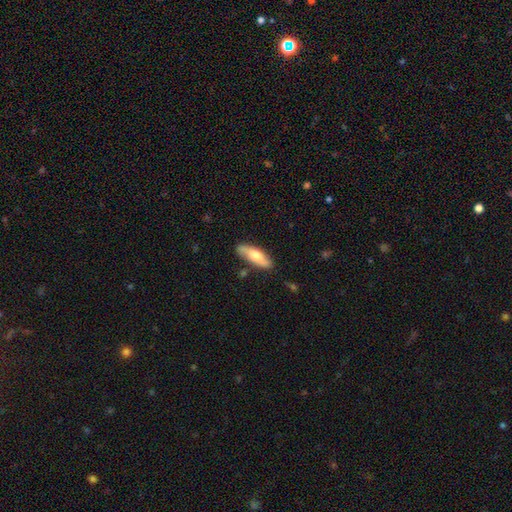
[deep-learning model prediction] Overall: smooth (61%; featured or disk 34%). How rounded: in between (53%; cigar-shaped 45%). Merging: none (79%).